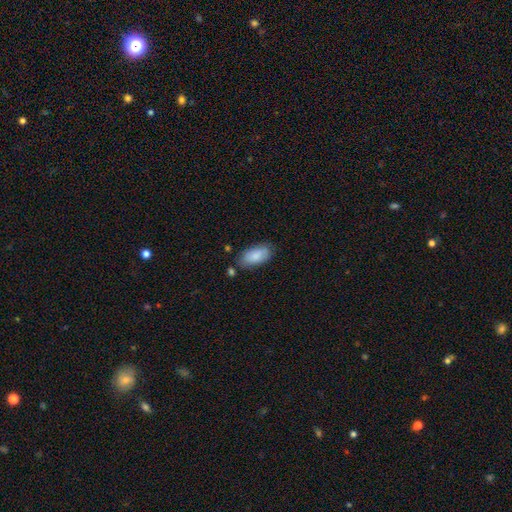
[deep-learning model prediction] Smooth or featured?
  - smooth: 84% *
  - featured or disk: 10%
  - star or artifact: 6%
How rounded?
  - in between: 92% *
  - cigar-shaped: 6%
  - round: 2%
Merging?
  - none: 73% *
  - minor disturbance: 19%
  - merger: 5%
  - major disturbance: 4%